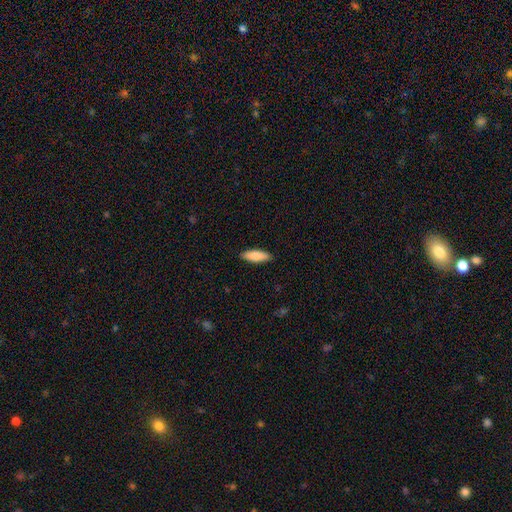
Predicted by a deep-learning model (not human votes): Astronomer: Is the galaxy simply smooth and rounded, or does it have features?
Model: smooth — 83%.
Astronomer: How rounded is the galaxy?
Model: in between — 52% (runner-up: cigar-shaped, 46%).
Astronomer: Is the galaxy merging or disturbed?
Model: none — 90%.